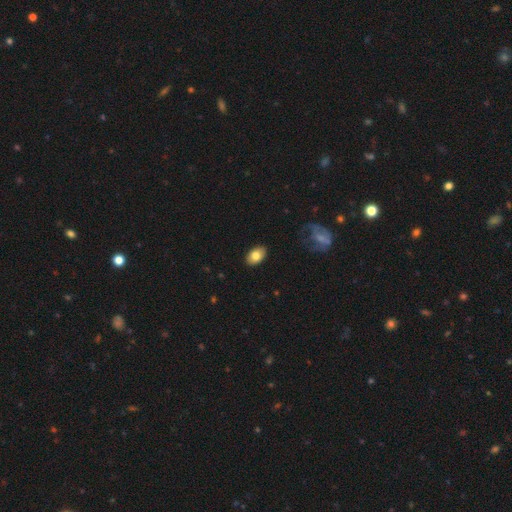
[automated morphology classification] This appears to be a smooth galaxy with no disk features (80%) that is in between round and cigar-shaped (87%). Merging: none (87%).